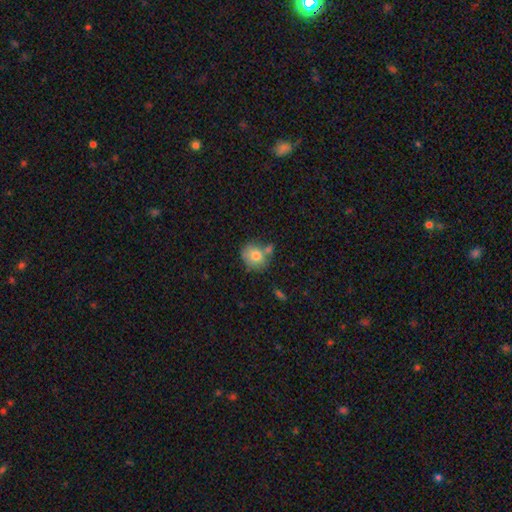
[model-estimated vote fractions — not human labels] Smooth or featured? smooth (76%)
How rounded? round (69%)
Merging? none (52%)